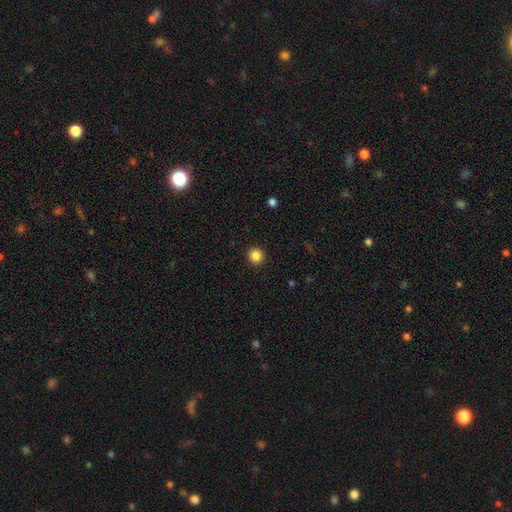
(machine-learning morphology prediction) This appears to be a smooth galaxy with no disk features (85%) that is round (94%). Merging: none (93%).